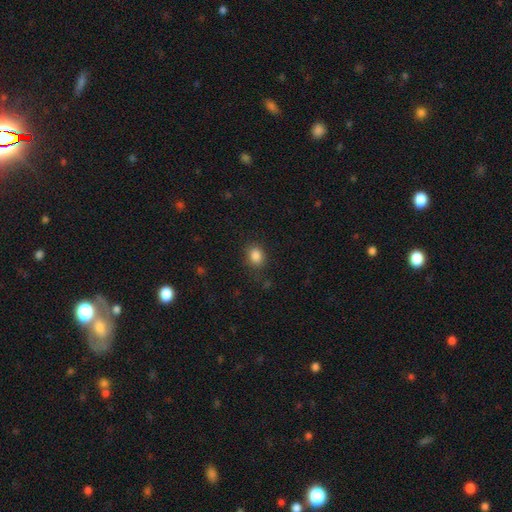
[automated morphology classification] Smooth or featured?
  - smooth: 85% *
  - star or artifact: 11%
  - featured or disk: 4%
How rounded?
  - in between: 50% *
  - round: 49%
  - cigar-shaped: 1%
Merging?
  - none: 83% *
  - minor disturbance: 12%
  - major disturbance: 4%
  - merger: 1%